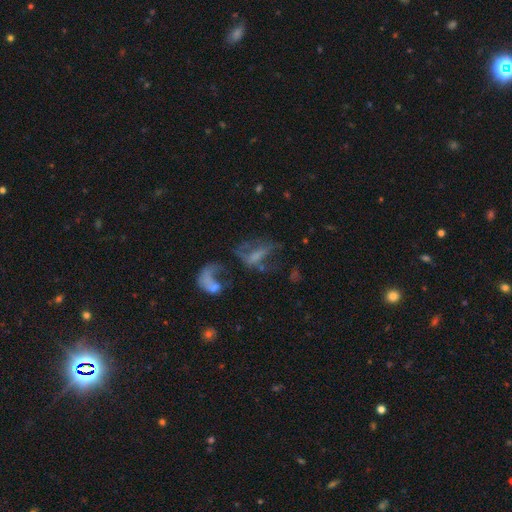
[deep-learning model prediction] featured or disk 52%, smooth 30%, star or artifact 18%. Down the decision tree: edge-on disk — no (93%); merging — major disturbance (47%).